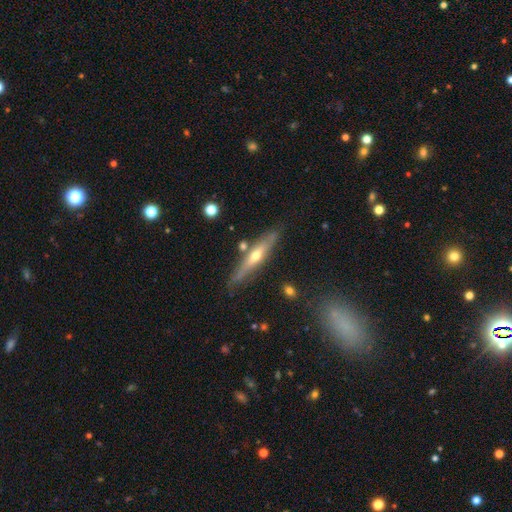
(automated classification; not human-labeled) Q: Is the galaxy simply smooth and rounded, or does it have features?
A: featured or disk — 65%.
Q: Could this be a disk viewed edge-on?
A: yes — 86%.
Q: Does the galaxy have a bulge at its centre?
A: rounded — 82%.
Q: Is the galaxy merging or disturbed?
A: none — 75%.